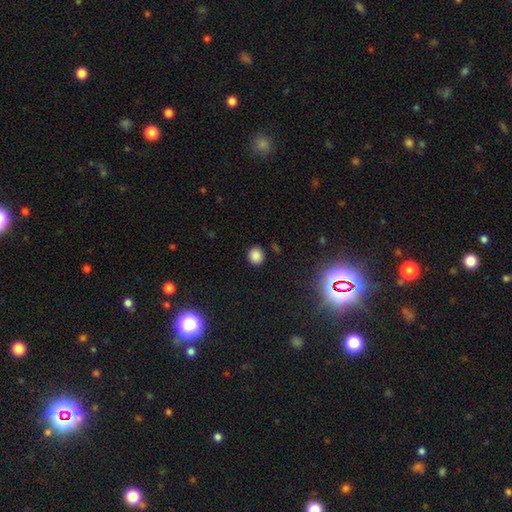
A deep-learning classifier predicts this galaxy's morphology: A smooth galaxy with no disk features (83%) that is round (81%). Merging: none (89%).